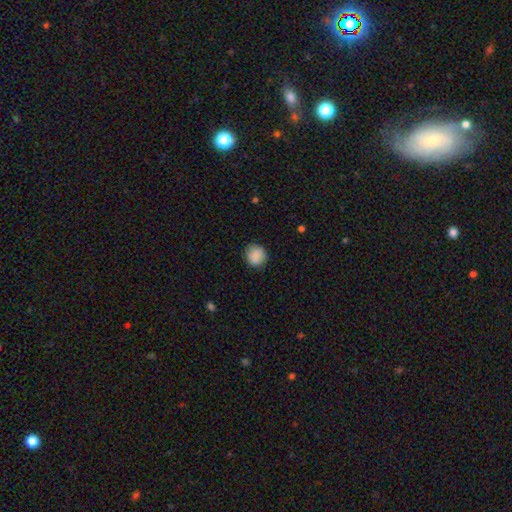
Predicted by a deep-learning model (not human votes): Smooth or featured?
  - smooth: 88% *
  - star or artifact: 8%
  - featured or disk: 4%
How rounded?
  - round: 89% *
  - in between: 10%
  - cigar-shaped: 1%
Merging?
  - none: 86% *
  - minor disturbance: 10%
  - major disturbance: 3%
  - merger: 1%